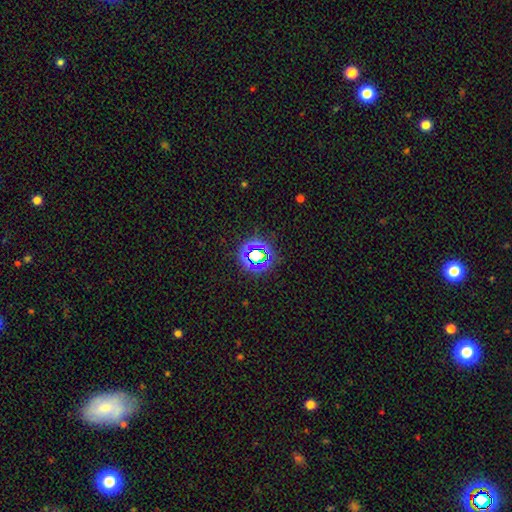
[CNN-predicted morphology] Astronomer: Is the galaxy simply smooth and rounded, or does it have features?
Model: star or artifact — 62%.